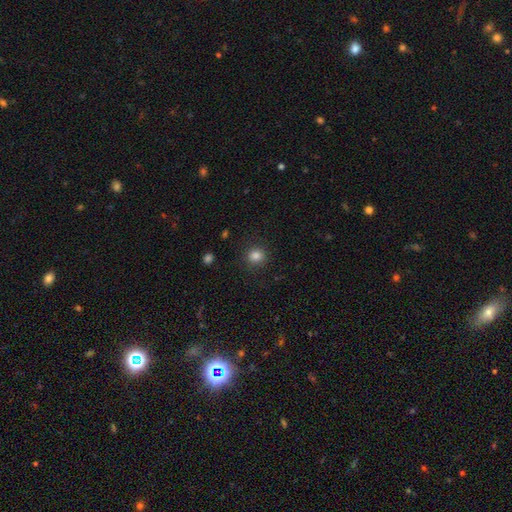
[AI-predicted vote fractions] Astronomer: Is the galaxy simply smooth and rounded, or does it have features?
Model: smooth — 84%.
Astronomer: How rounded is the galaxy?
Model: round — 85%.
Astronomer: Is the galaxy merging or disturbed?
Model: none — 89%.